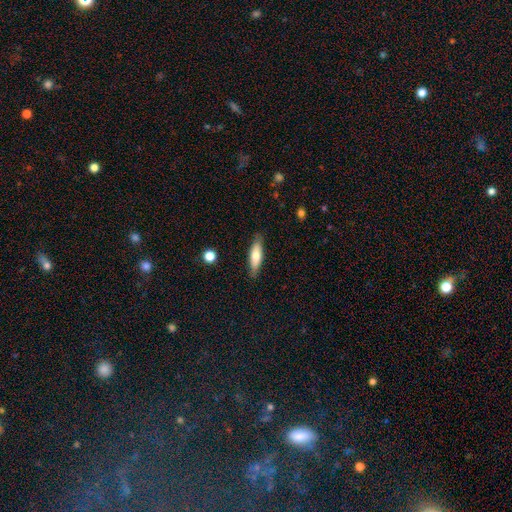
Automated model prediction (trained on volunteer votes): smooth-or-featured: smooth: 70% | featured or disk: 24% | star or artifact: 6%
  how-rounded: cigar-shaped: 56% | in between: 42% | round: 2%
  merging: none: 84% | minor disturbance: 12% | major disturbance: 2% | merger: 1%